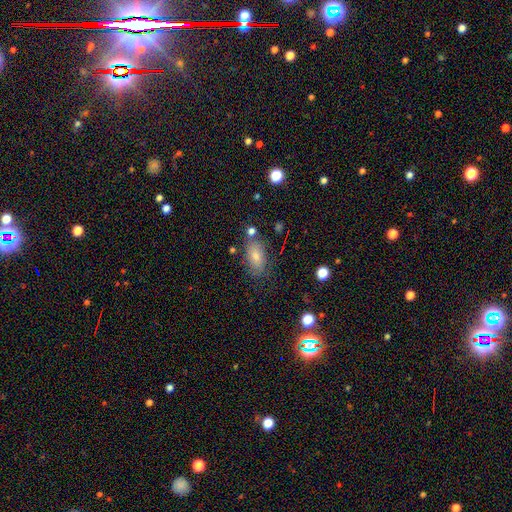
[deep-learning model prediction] smooth-or-featured: smooth: 65% | featured or disk: 18% | star or artifact: 17%
  how-rounded: in between: 86% | round: 8% | cigar-shaped: 6%
  merging: none: 75% | minor disturbance: 15% | merger: 6% | major disturbance: 5%